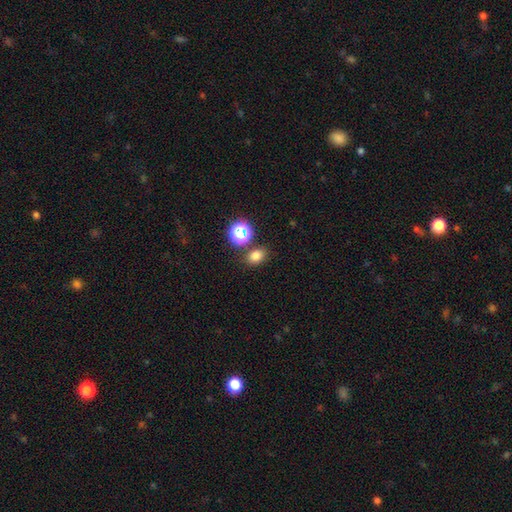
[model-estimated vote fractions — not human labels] This is likely a smooth galaxy (76%). How rounded: likely in between (65%). Merging: likely none (77%).